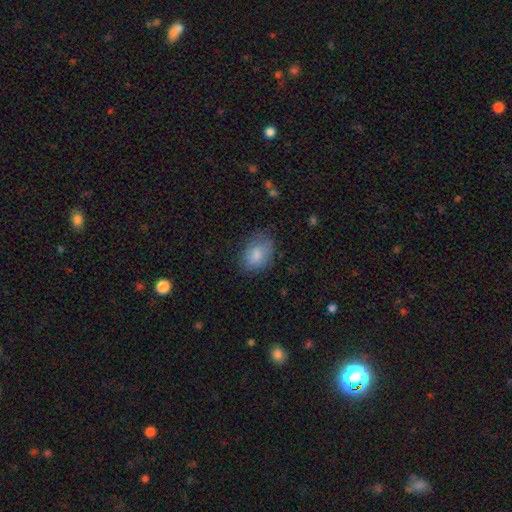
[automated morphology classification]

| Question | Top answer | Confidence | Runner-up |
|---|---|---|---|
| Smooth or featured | smooth | 79% | featured or disk (13%) |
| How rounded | in between | 77% | round (22%) |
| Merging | none | 67% | minor disturbance (25%) |